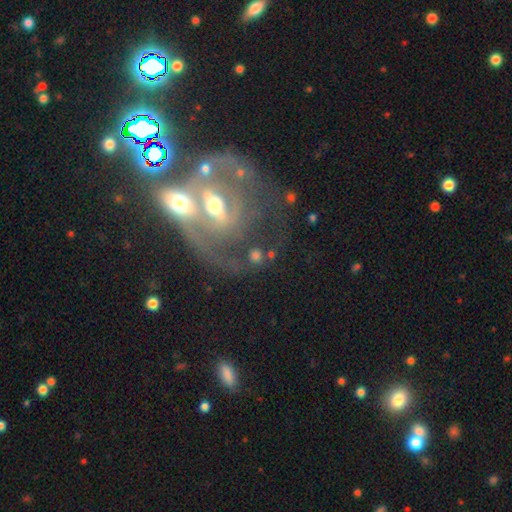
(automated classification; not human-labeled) smooth-or-featured: featured or disk: 50% | smooth: 36% | star or artifact: 14%
  merging: none: 61% | merger: 14% | minor disturbance: 13% | major disturbance: 12%